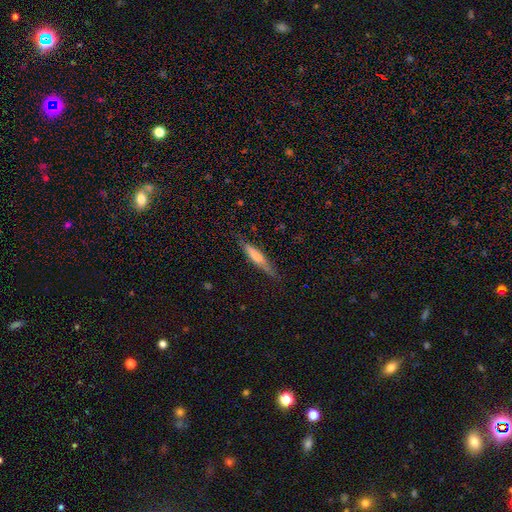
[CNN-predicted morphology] Q: Smooth or featured?
A: smooth (54%); runner-up: featured or disk (40%)
Q: How rounded?
A: cigar-shaped (86%); runner-up: in between (13%)
Q: Merging?
A: none (80%); runner-up: minor disturbance (15%)